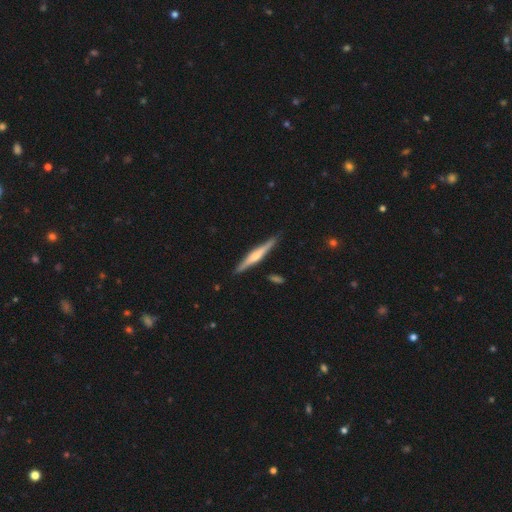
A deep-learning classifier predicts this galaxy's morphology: The model was most divided on "smooth or featured": featured or disk: 63%, smooth: 32%, star or artifact: 5%. More confident: edge-on disk — yes (97%); merging — none (88%); edge-on bulge — rounded (71%).